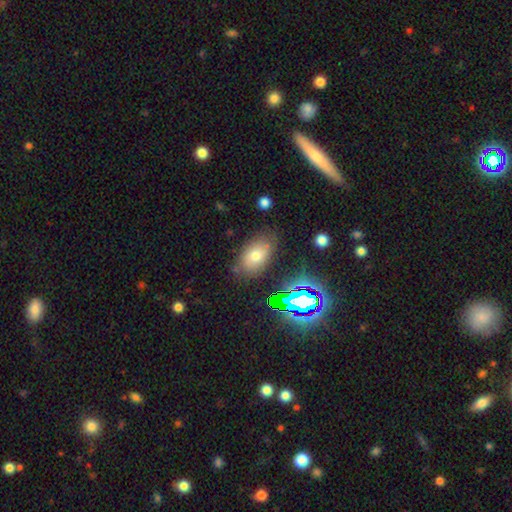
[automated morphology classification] smooth-or-featured: smooth: 68% | featured or disk: 16% | star or artifact: 16%
  how-rounded: in between: 88% | round: 10% | cigar-shaped: 2%
  merging: none: 75% | minor disturbance: 16% | major disturbance: 5% | merger: 4%